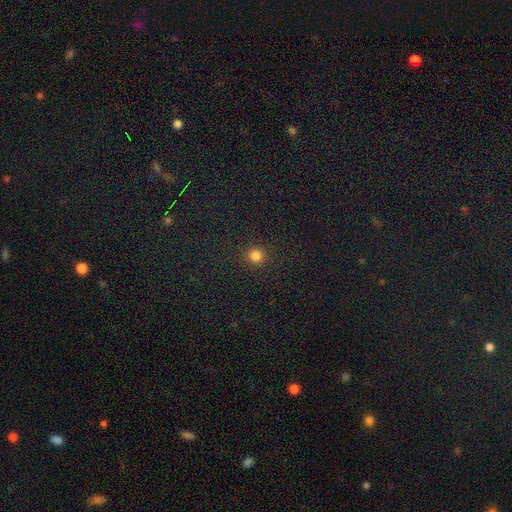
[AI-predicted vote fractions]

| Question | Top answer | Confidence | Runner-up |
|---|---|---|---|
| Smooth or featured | smooth | 83% | star or artifact (13%) |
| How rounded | round | 94% | in between (5%) |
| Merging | none | 91% | minor disturbance (5%) |